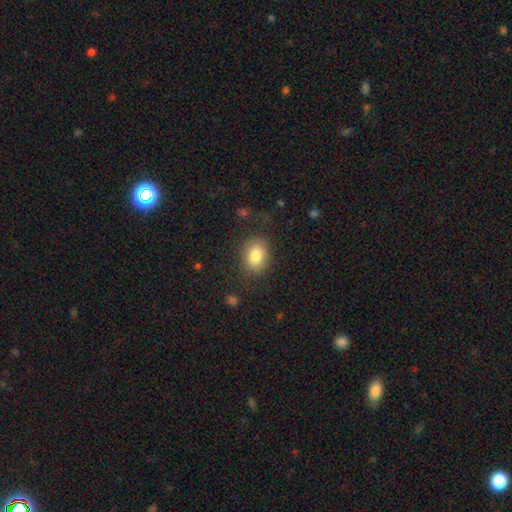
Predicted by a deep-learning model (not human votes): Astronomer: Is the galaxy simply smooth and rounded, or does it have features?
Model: smooth — 83%.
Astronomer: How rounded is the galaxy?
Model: in between — 59% (runner-up: round, 40%).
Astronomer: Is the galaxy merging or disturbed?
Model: none — 80%.